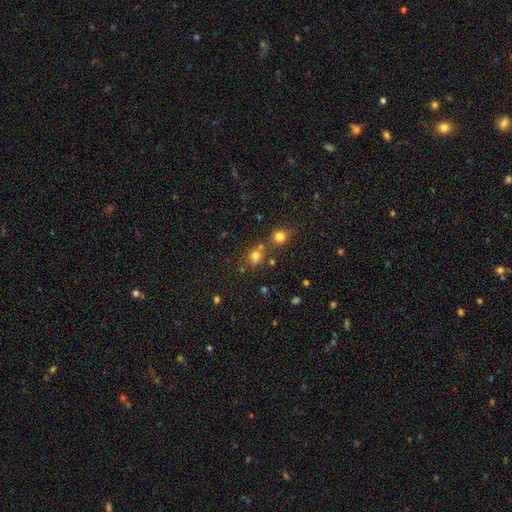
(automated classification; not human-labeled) This appears to be a smooth galaxy with no disk features (70%) that is round (69%). Merging: none (54%).